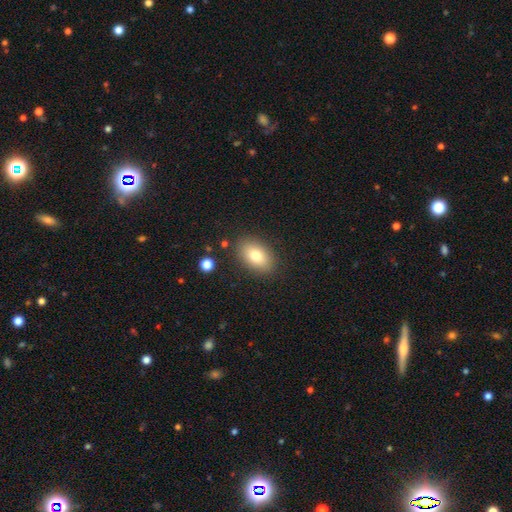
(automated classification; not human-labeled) smooth 78%, featured or disk 13%, star or artifact 8%. Down the decision tree: how rounded — in between (89%); merging — none (86%).